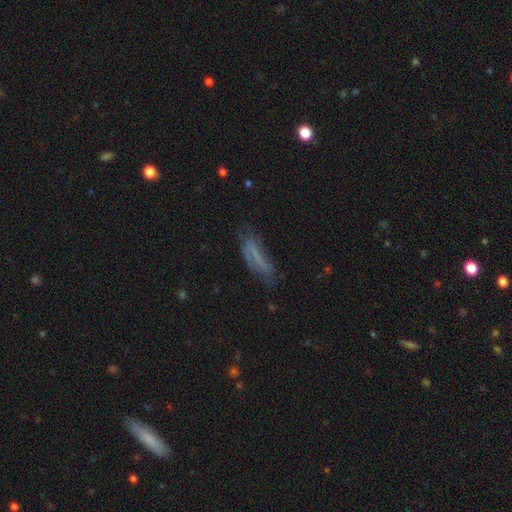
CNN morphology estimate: type=smooth (46%); merging=none (54%).